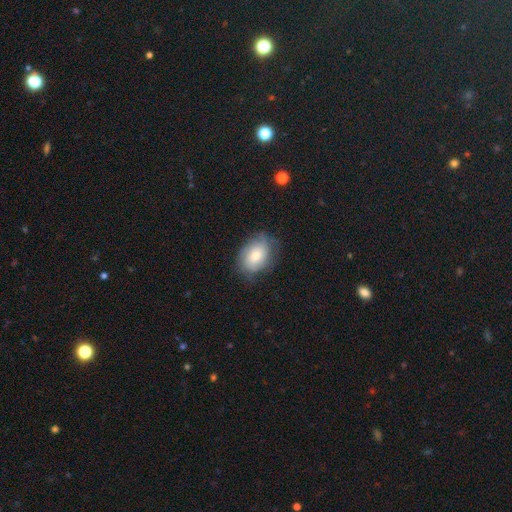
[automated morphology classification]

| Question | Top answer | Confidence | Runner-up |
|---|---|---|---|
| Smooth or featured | smooth | 66% | featured or disk (26%) |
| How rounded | in between | 76% | round (23%) |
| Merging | none | 66% | minor disturbance (25%) |